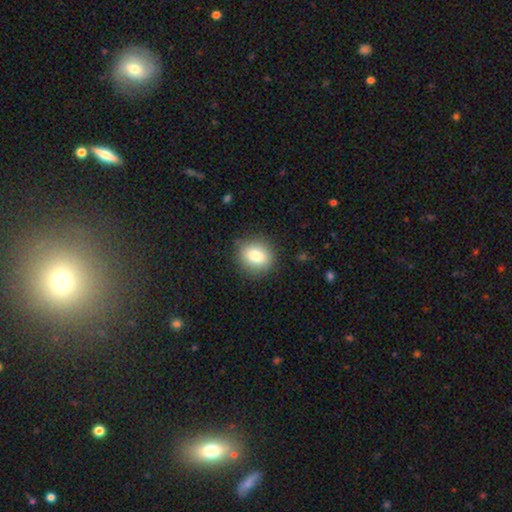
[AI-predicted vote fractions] Smooth or featured? Predicted: smooth (p=0.82). How rounded? Predicted: round (p=0.66). Merging? Predicted: none (p=0.87).